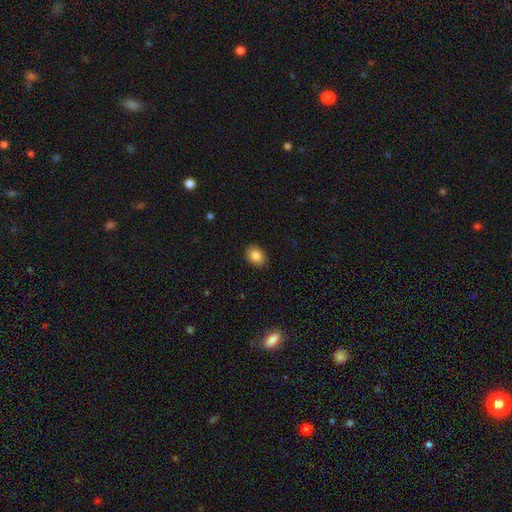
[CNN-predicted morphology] Smooth or featured? Predicted: smooth (p=0.85). How rounded? Predicted: in between (p=0.68). Merging? Predicted: none (p=0.89).